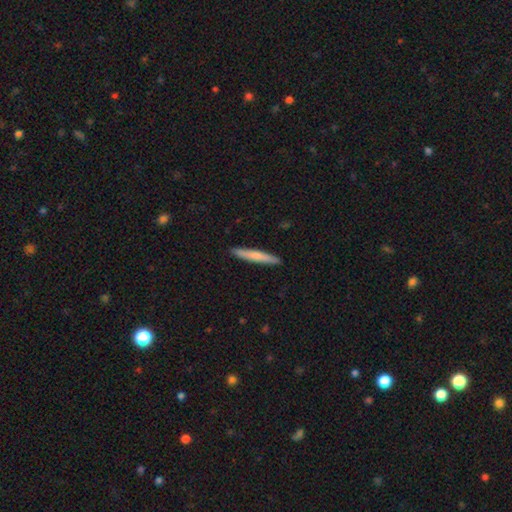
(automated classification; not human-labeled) smooth_or_featured: smooth (p=0.69) [alt: featured or disk p=0.25]
how_rounded: cigar-shaped (p=0.95) [alt: in between p=0.03]
merging: none (p=0.91) [alt: minor disturbance p=0.06]